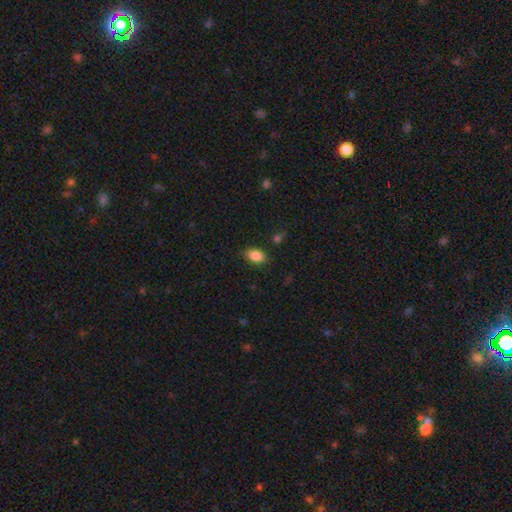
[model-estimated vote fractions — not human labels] A smooth galaxy with no disk features (86%) that is in between round and cigar-shaped (87%). Merging: none (82%).